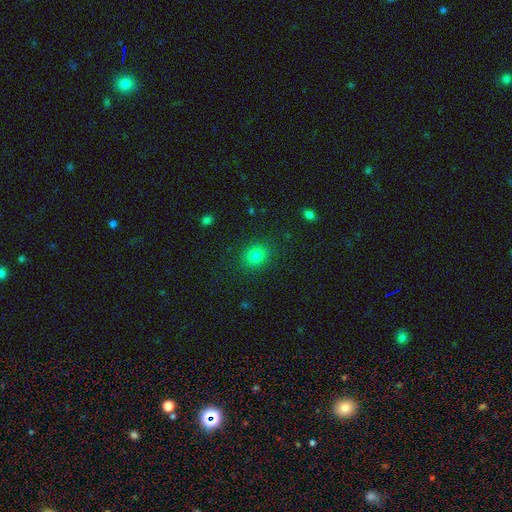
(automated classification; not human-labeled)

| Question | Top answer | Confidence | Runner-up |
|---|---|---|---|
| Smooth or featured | smooth | 82% | star or artifact (13%) |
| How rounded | round | 72% | in between (27%) |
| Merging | none | 88% | minor disturbance (8%) |